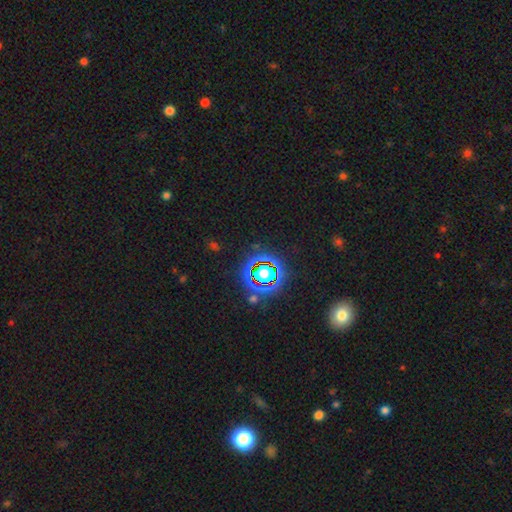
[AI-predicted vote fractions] A star or artifact, not a galaxy (74%).

Vote fractions:
- Smooth or featured? star or artifact: 74% / smooth: 17% / featured or disk: 9%